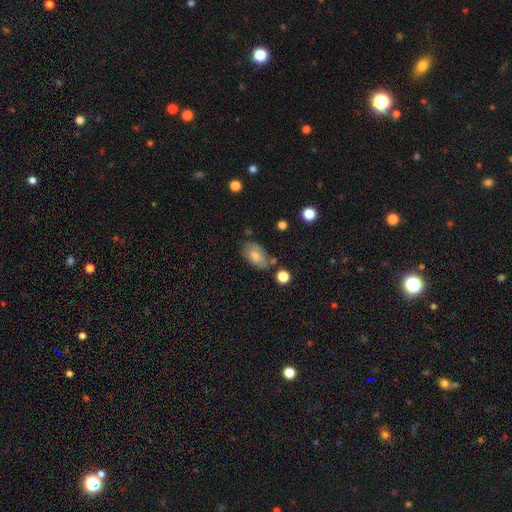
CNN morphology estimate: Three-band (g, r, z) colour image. It shows a smooth galaxy with no disk features (76%) that is in between round and cigar-shaped (90%). Merging: none (62%).